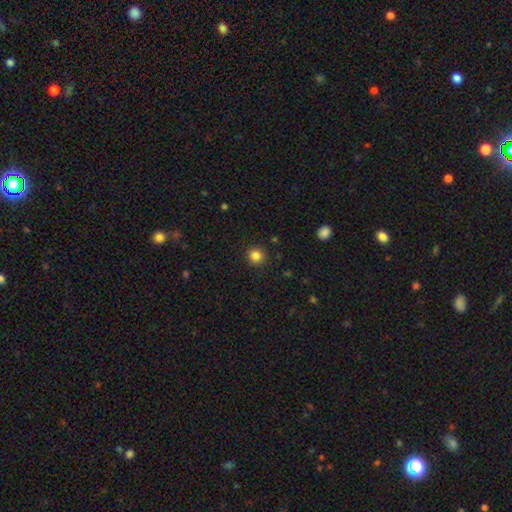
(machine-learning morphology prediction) This is clearly a smooth galaxy (85%). How rounded: clearly round (93%). Merging: clearly none (91%).